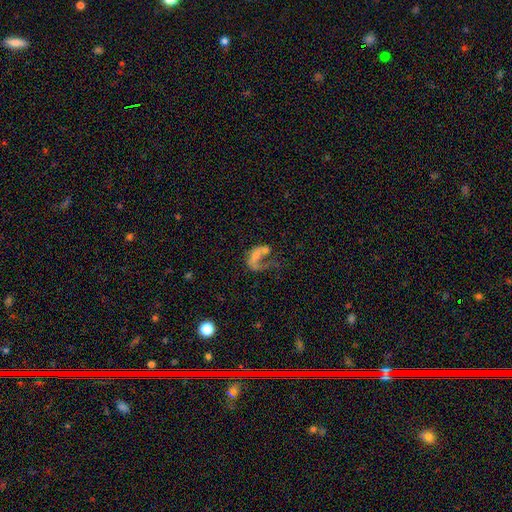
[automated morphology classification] Q: Smooth or featured?
A: featured or disk (51%); runner-up: smooth (33%)
Q: Edge-on disk?
A: no (96%); runner-up: yes (4%)
Q: Merging?
A: major disturbance (46%); runner-up: merger (23%)